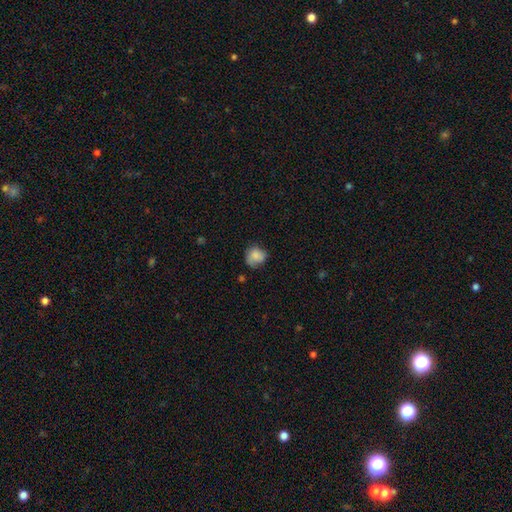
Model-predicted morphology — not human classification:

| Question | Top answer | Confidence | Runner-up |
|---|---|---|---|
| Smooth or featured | smooth | 74% | featured or disk (17%) |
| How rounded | round | 74% | in between (25%) |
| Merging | none | 55% | minor disturbance (31%) |